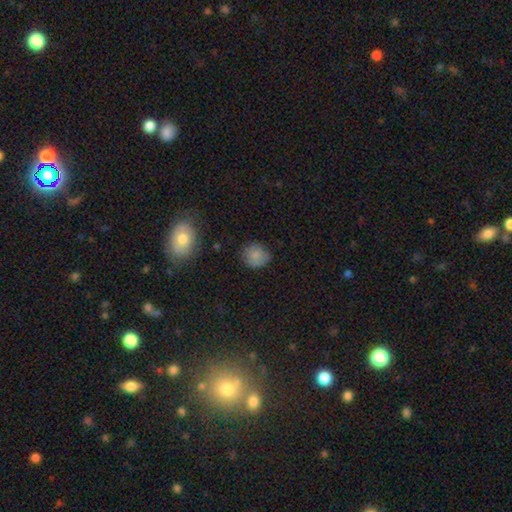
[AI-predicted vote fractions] Q: Smooth or featured?
A: smooth (82%); runner-up: star or artifact (10%)
Q: How rounded?
A: round (83%); runner-up: in between (16%)
Q: Merging?
A: none (77%); runner-up: minor disturbance (17%)